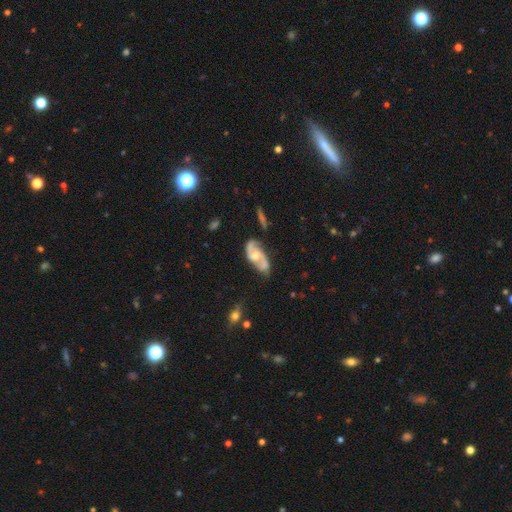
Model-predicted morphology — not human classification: smooth_or_featured: featured or disk (p=0.82) [alt: smooth p=0.13]
disk_edge_on: no (p=0.95) [alt: yes p=0.05]
bar: no (p=0.51) [alt: weak p=0.39]
has_spiral_arms: yes (p=0.94) [alt: no p=0.06]
spiral_winding: medium (p=0.47) [alt: loose p=0.34]
spiral_arm_count: 2 (p=0.89) [alt: can't tell p=0.06]
bulge_size: moderate (p=0.60) [alt: small p=0.32]
merging: none (p=0.62) [alt: minor disturbance p=0.23]